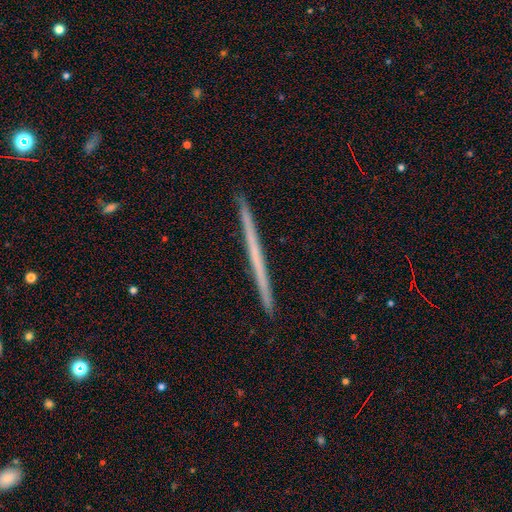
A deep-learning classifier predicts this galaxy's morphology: smooth_or_featured: featured or disk (p=0.57) [alt: smooth p=0.37]
disk_edge_on: yes (p=0.98) [alt: no p=0.02]
edge_on_bulge: none (p=0.93) [alt: rounded p=0.05]
merging: none (p=0.92) [alt: minor disturbance p=0.05]